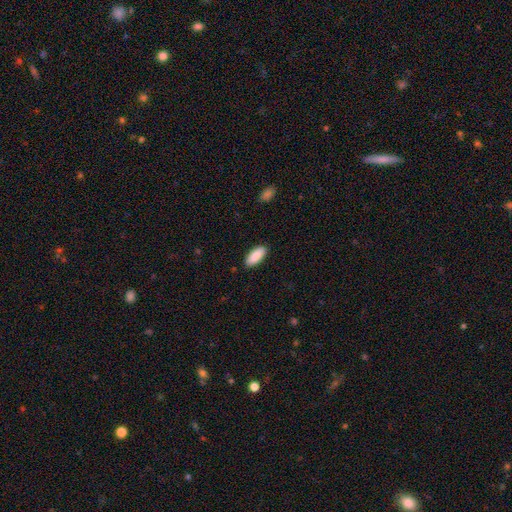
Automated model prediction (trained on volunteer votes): Smooth or featured?
  - smooth: 89% *
  - star or artifact: 6%
  - featured or disk: 5%
How rounded?
  - in between: 85% *
  - cigar-shaped: 14%
  - round: 2%
Merging?
  - none: 89% *
  - minor disturbance: 8%
  - major disturbance: 2%
  - merger: 1%